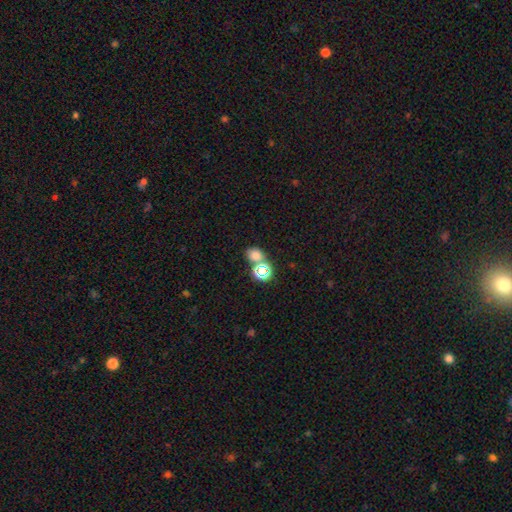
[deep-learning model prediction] This is likely a smooth galaxy (68%). How rounded: possibly round (57%). Merging: likely none (60%).